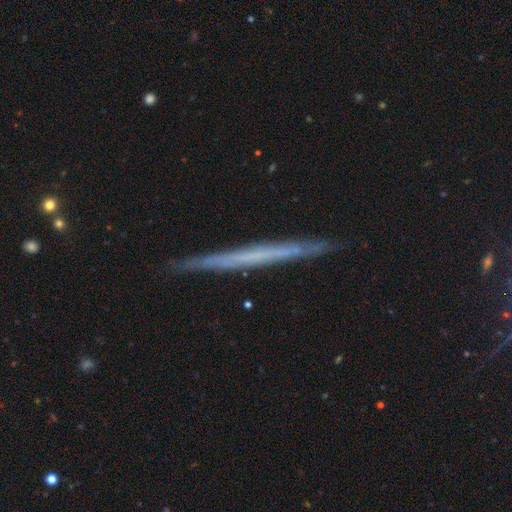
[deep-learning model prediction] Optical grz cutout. It shows a featured or disk galaxy (60%) viewed edge-on (97%) with no central bulge (93%). Merging: none (90%).